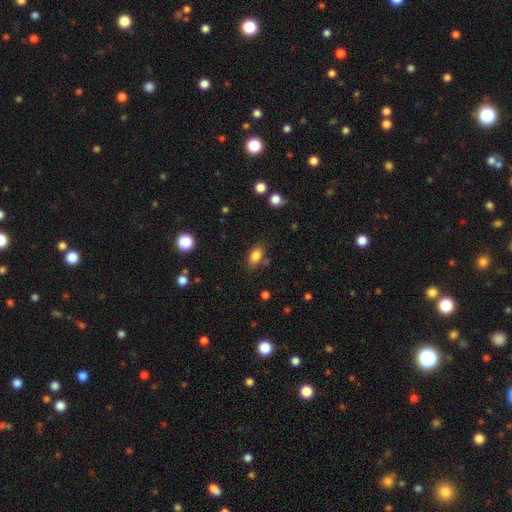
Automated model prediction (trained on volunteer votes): smooth 83%, star or artifact 10%, featured or disk 7%. Down the decision tree: how rounded — in between (81%); merging — none (74%).